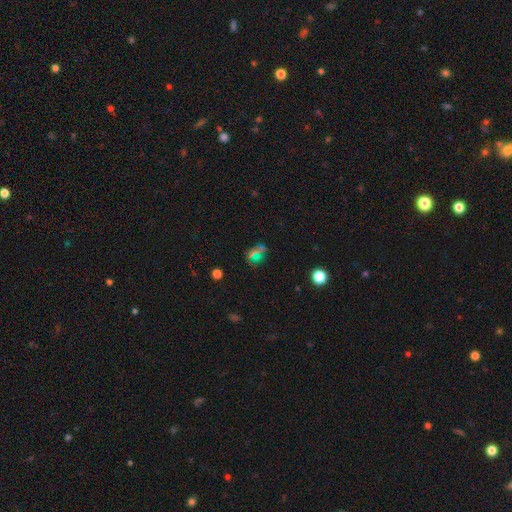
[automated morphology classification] This appears to be a star or artifact, not a galaxy (44%).